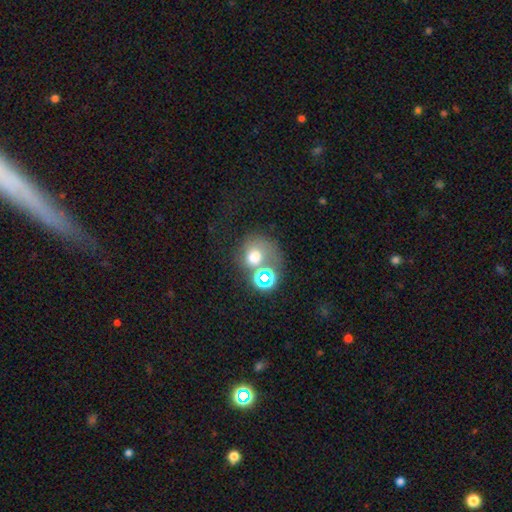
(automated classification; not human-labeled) smooth_or_featured: smooth (p=0.60) [alt: star or artifact p=0.23]
how_rounded: round (p=0.69) [alt: in between p=0.30]
merging: merger (p=0.38) [alt: none p=0.33]